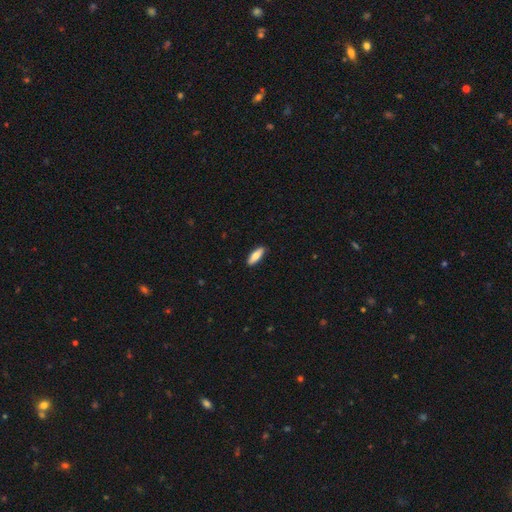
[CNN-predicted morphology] Smooth or featured? Predicted: smooth (p=0.77). How rounded? Predicted: in between (p=0.54). Merging? Predicted: none (p=0.89).